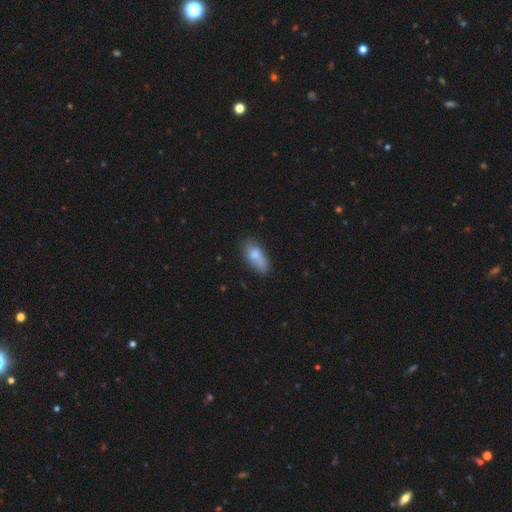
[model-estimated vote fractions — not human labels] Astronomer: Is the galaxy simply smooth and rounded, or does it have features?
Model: smooth — 77%.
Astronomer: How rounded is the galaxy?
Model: in between — 85%.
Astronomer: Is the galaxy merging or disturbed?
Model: none — 51% (runner-up: minor disturbance, 30%).